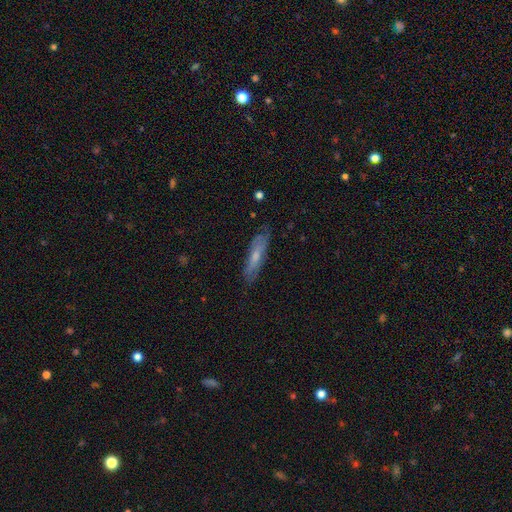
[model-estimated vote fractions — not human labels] smooth 48%, featured or disk 45%, star or artifact 7%. Down the decision tree: merging — none (77%).